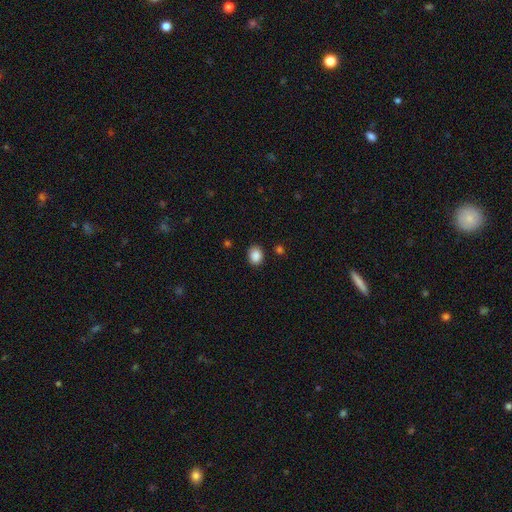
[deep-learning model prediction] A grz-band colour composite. It shows a smooth galaxy with no disk features (88%) that is in between round and cigar-shaped (52%). Merging: none (85%).